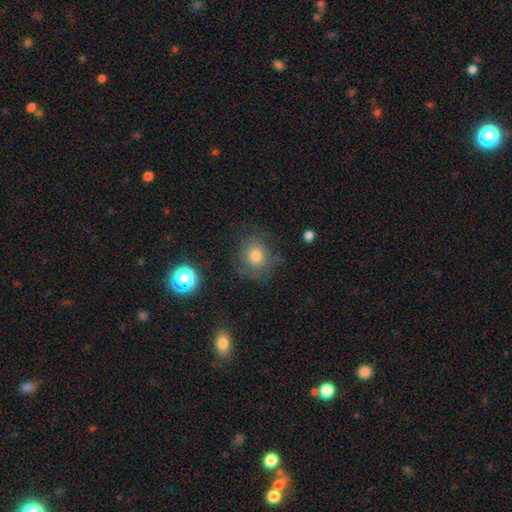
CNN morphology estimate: type=smooth (57%); roundness=round (85%); merging=none (70%).